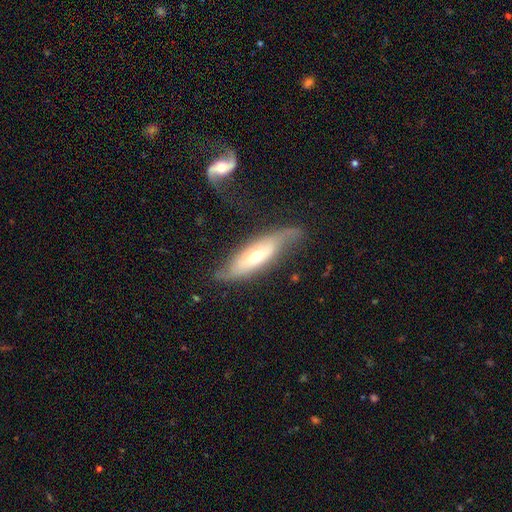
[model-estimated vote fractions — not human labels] Smooth or featured? featured or disk (60%)
Edge-on disk? no (64%)
Merging? none (57%)